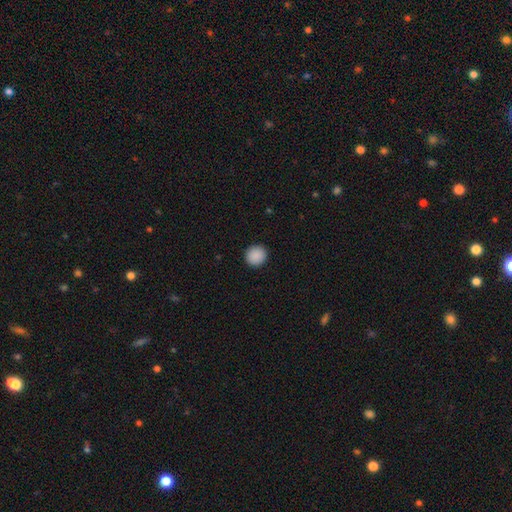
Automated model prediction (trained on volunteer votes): This is clearly a smooth galaxy (90%). How rounded: clearly round (93%). Merging: clearly none (93%).